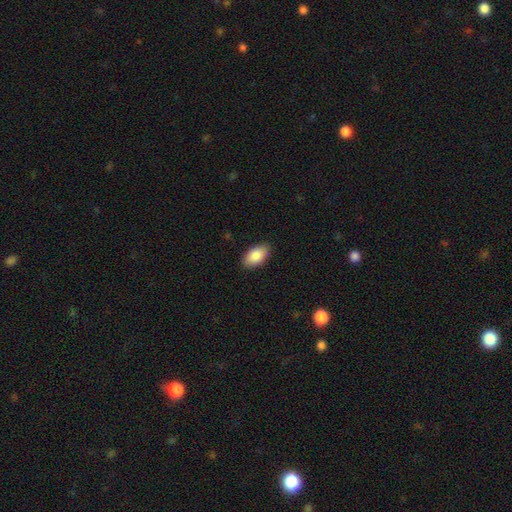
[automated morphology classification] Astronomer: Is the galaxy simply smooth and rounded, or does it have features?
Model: smooth — 88%.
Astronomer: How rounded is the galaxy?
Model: in between — 94%.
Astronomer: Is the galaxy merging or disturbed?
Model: none — 86%.